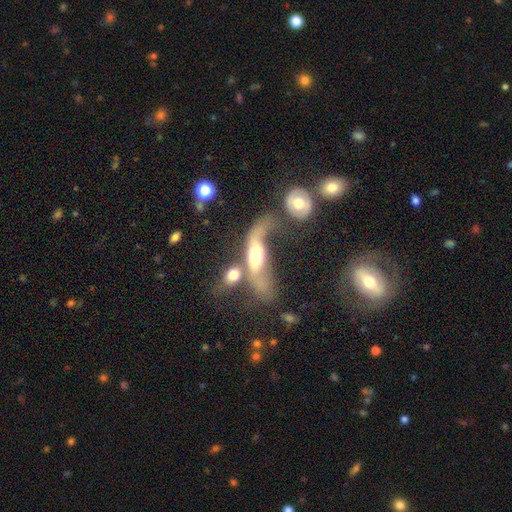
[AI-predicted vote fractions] smooth_or_featured: featured or disk (p=0.58) [alt: smooth p=0.34]
disk_edge_on: no (p=0.68) [alt: yes p=0.32]
merging: merger (p=0.39) [alt: major disturbance p=0.32]